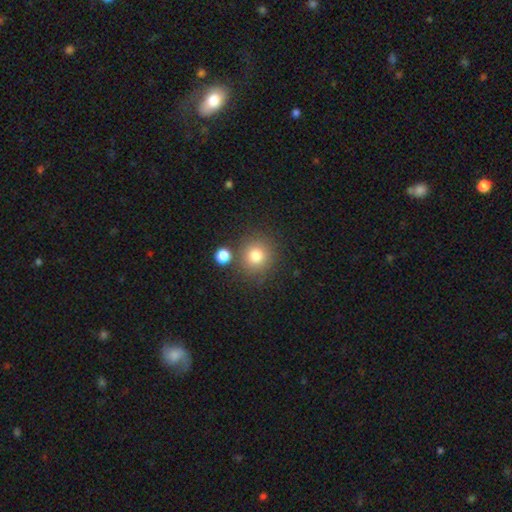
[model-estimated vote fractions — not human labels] smooth 79%, star or artifact 13%, featured or disk 8%. Down the decision tree: how rounded — round (90%); merging — none (78%).